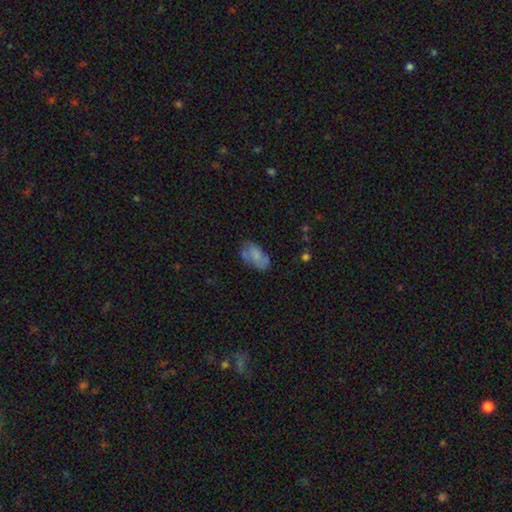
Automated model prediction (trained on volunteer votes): The model was most divided on "merging": none: 53%, minor disturbance: 26%, major disturbance: 11%, merger: 10%. More confident: how rounded — in between (92%); smooth or featured — smooth (64%).